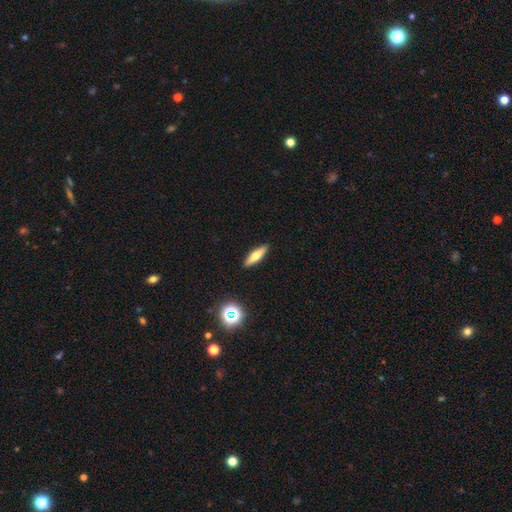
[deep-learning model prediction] Smooth or featured? smooth (55%)
How rounded? cigar-shaped (66%)
Merging? none (90%)